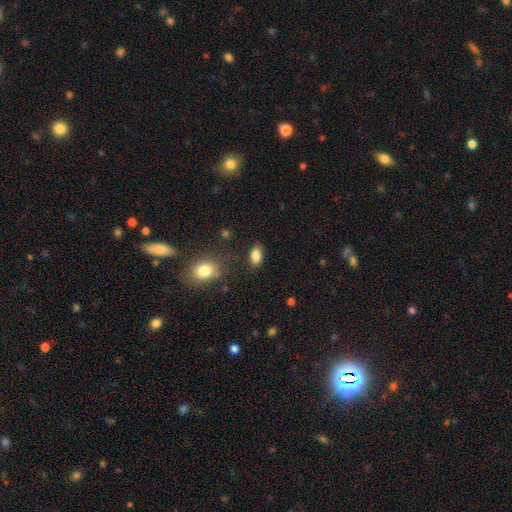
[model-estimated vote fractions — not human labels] Overall: smooth (85%). How rounded: in between (90%). Merging: none (83%).